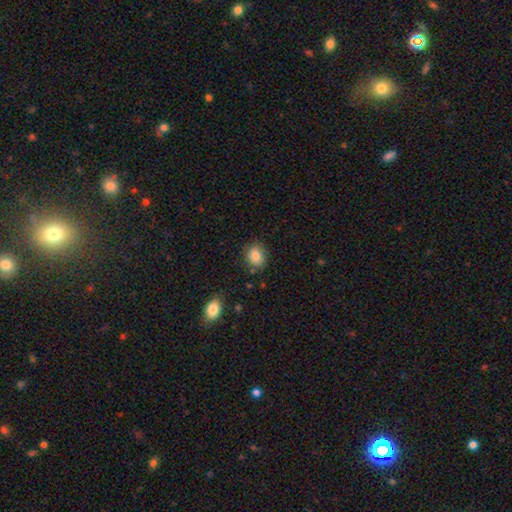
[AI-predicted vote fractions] Overall: smooth (82%). How rounded: round (63%; in between 36%). Merging: none (82%).